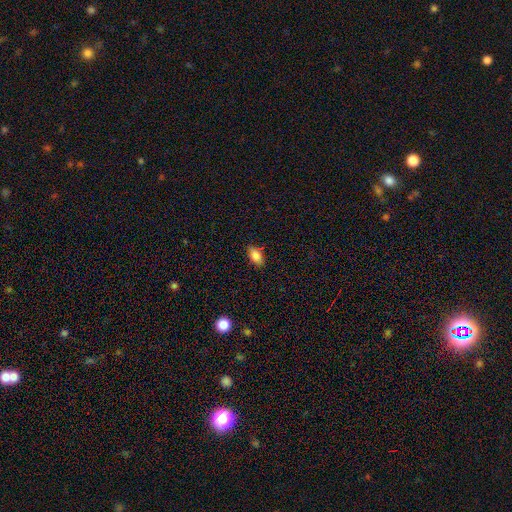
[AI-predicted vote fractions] Smooth or featured: smooth — 84% (star or artifact — 9%)
How rounded: in between — 87% (round — 8%)
Merging: none — 82% (minor disturbance — 14%)